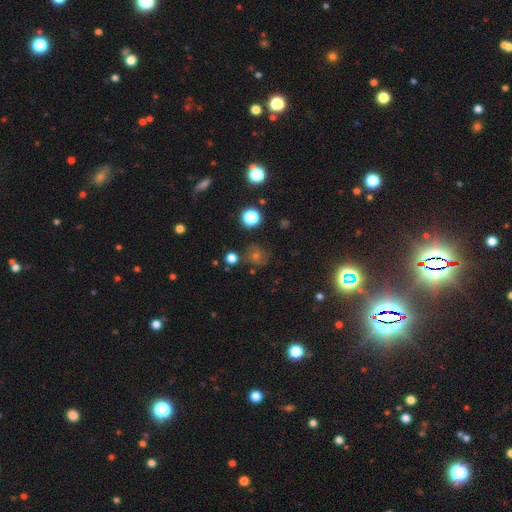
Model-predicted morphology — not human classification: Smooth or featured? star or artifact (41%, tied with smooth)